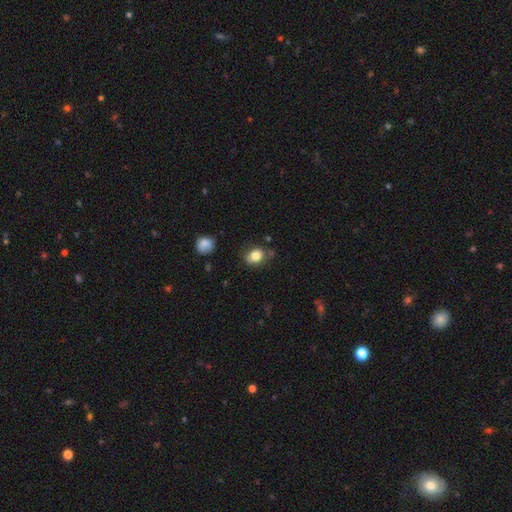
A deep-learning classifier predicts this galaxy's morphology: Smooth or featured?
  - smooth: 83% *
  - star or artifact: 10%
  - featured or disk: 7%
How rounded?
  - in between: 57% *
  - round: 42%
  - cigar-shaped: 1%
Merging?
  - none: 74% *
  - minor disturbance: 18%
  - merger: 4%
  - major disturbance: 4%